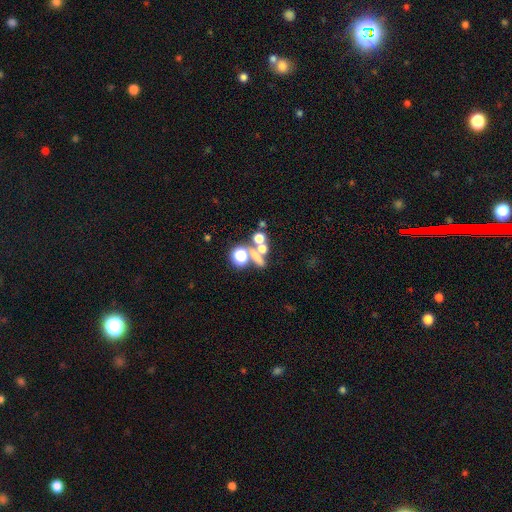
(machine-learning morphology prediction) smooth_or_featured: smooth (p=0.49) [alt: star or artifact p=0.34]
merging: none (p=0.50) [alt: merger p=0.34]